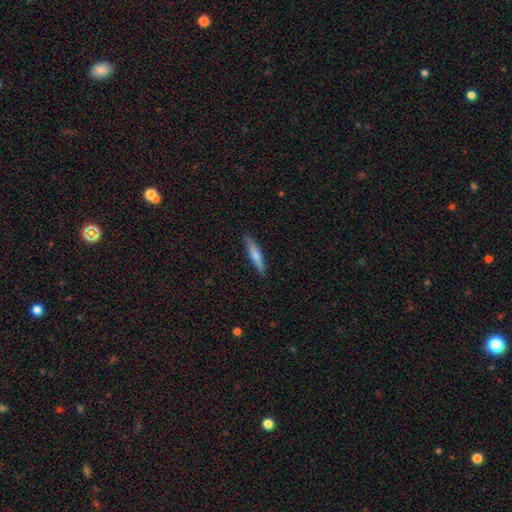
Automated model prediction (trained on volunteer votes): Smooth or featured? Predicted: smooth (p=0.66). How rounded? Predicted: cigar-shaped (p=0.86). Merging? Predicted: none (p=0.86).